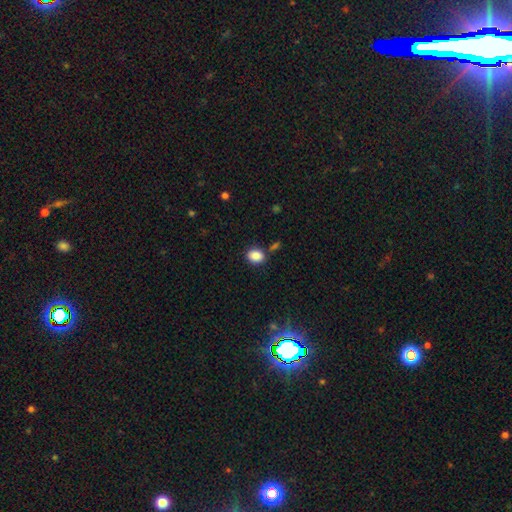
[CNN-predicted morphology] This appears to be a smooth galaxy with no disk features (87%) that is in between round and cigar-shaped (57%). Merging: none (76%).